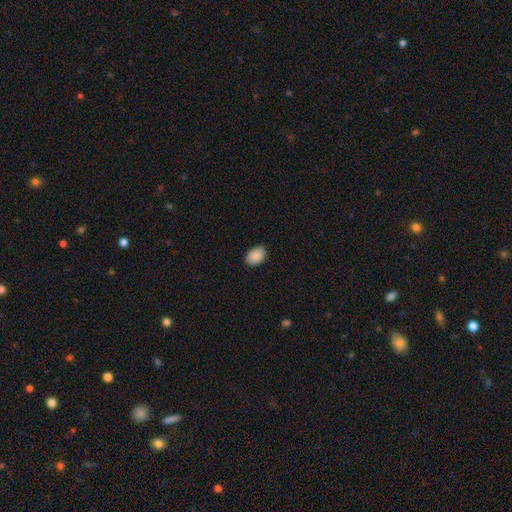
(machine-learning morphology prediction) Smooth or featured? Predicted: smooth (p=0.90). How rounded? Predicted: in between (p=0.87). Merging? Predicted: none (p=0.90).